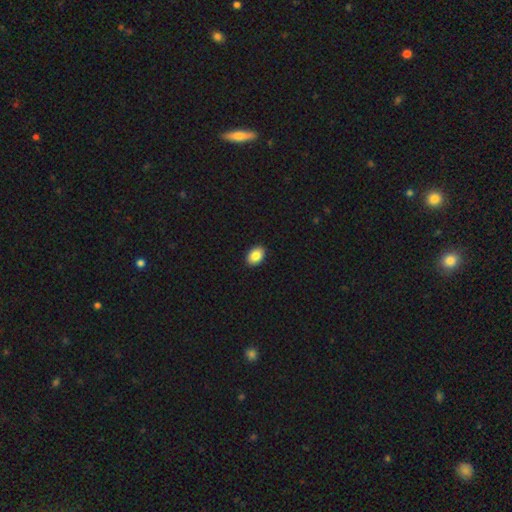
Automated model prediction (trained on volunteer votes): smooth 87%, star or artifact 8%, featured or disk 6%. Down the decision tree: how rounded — in between (80%); merging — none (91%).